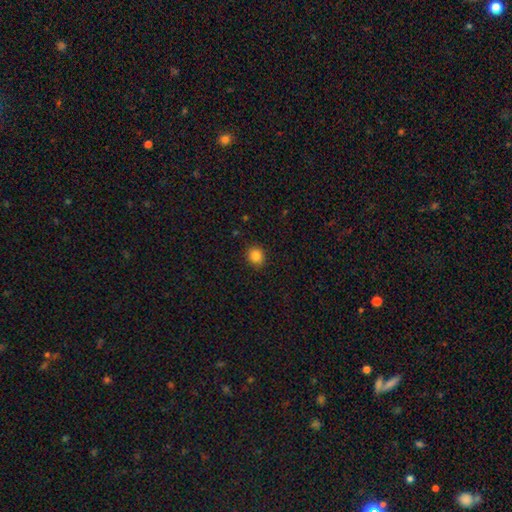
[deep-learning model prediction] The model was most divided on "how rounded": round: 84%, in between: 15%, cigar-shaped: 1%. More confident: merging — none (89%); smooth or featured — smooth (85%).